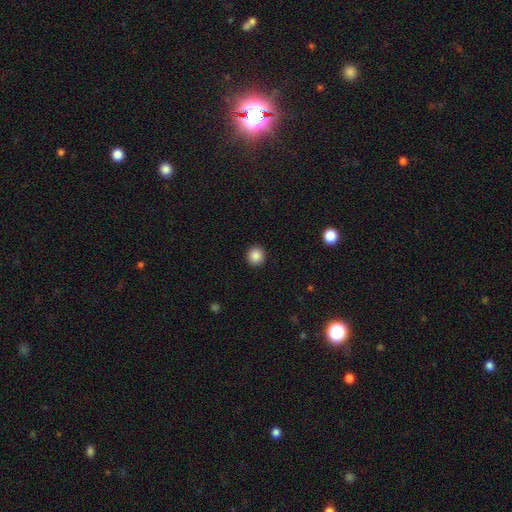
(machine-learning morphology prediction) smooth 87%, star or artifact 9%, featured or disk 3%. Down the decision tree: how rounded — round (91%); merging — none (92%).